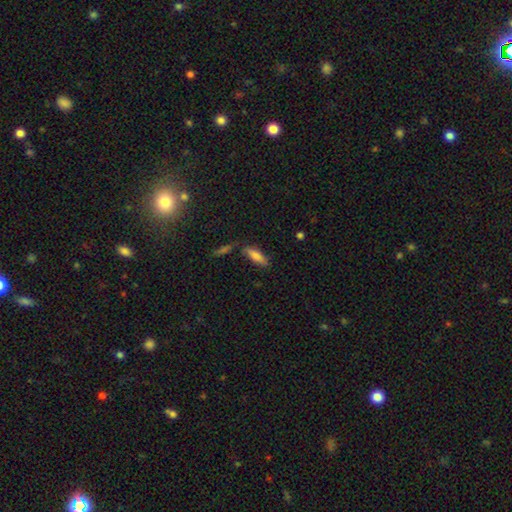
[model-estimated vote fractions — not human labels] smooth_or_featured: smooth (p=0.76) [alt: featured or disk p=0.17]
how_rounded: in between (p=0.53) [alt: cigar-shaped p=0.45]
merging: none (p=0.70) [alt: minor disturbance p=0.16]